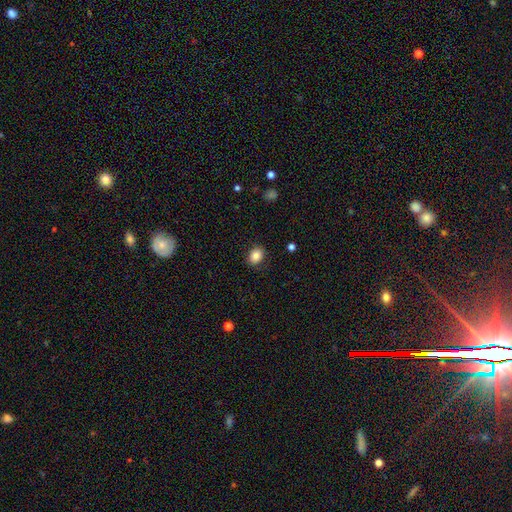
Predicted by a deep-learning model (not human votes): This appears to be a smooth galaxy with no disk features (85%) that is in between round and cigar-shaped (60%). Merging: none (87%).